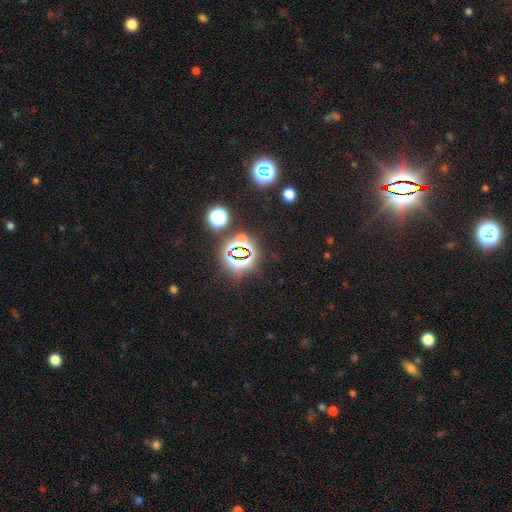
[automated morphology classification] Smooth or featured?
  - star or artifact: 82% *
  - smooth: 11%
  - featured or disk: 7%